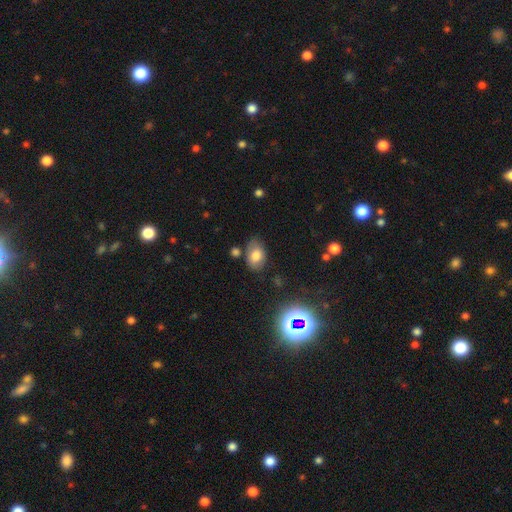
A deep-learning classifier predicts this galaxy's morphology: The model was most divided on "merging": none: 72%, minor disturbance: 19%, merger: 5%, major disturbance: 5%. More confident: how rounded — in between (84%); smooth or featured — smooth (72%).